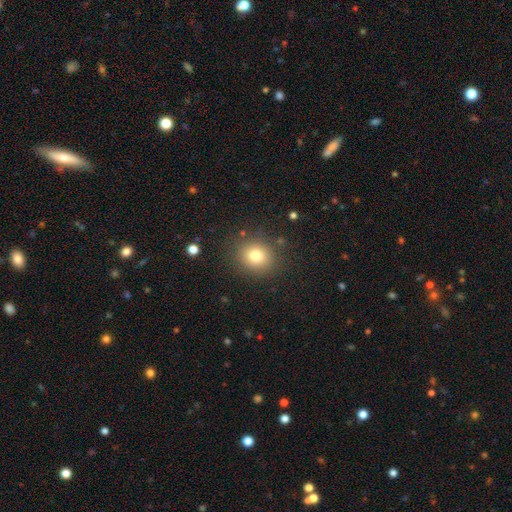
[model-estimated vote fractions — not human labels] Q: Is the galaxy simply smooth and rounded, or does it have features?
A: smooth — 78%.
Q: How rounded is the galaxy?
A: round — 78%.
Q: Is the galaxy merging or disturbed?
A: none — 85%.